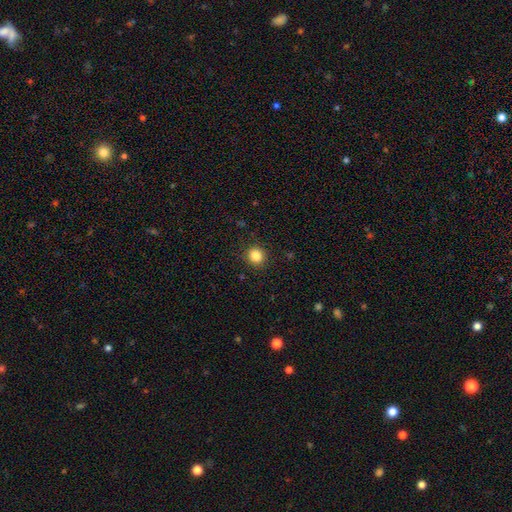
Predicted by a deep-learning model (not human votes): Smooth or featured? smooth (84%)
How rounded? round (88%)
Merging? none (90%)